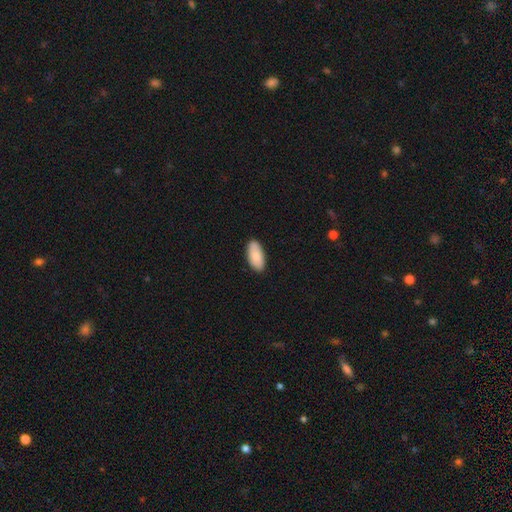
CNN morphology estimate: Q: Smooth or featured?
A: smooth (84%); runner-up: featured or disk (10%)
Q: How rounded?
A: in between (93%); runner-up: cigar-shaped (5%)
Q: Merging?
A: none (86%); runner-up: minor disturbance (11%)